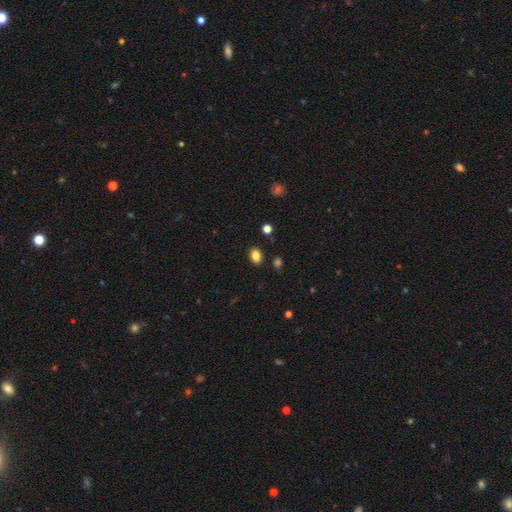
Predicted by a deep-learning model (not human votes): Smooth or featured: smooth — 84% (star or artifact — 11%)
How rounded: in between — 70% (round — 29%)
Merging: none — 87% (minor disturbance — 9%)